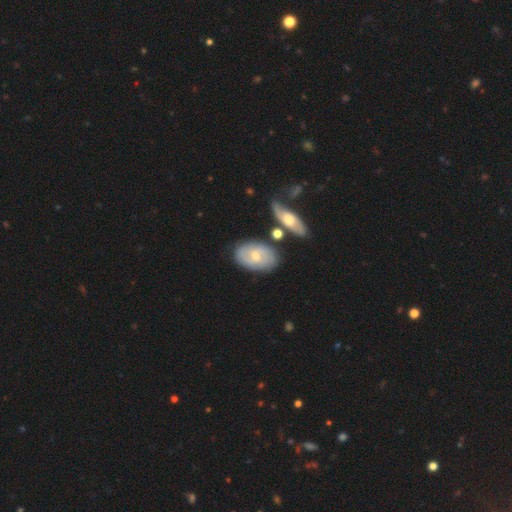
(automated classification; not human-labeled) This is possibly a featured or disk galaxy (58%). It is clearly not viewed edge-on (93%). Bar: possibly no (60%). Spiral arm pattern: likely yes (77%). Central bulge: possibly small (59%). Merging: likely none (74%).